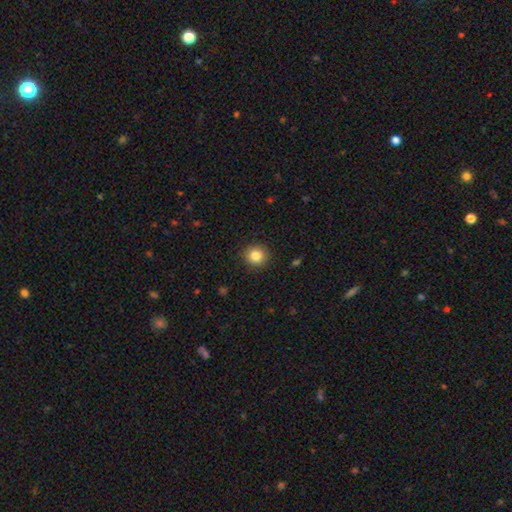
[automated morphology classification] Overall: smooth (84%). How rounded: round (92%). Merging: none (91%).